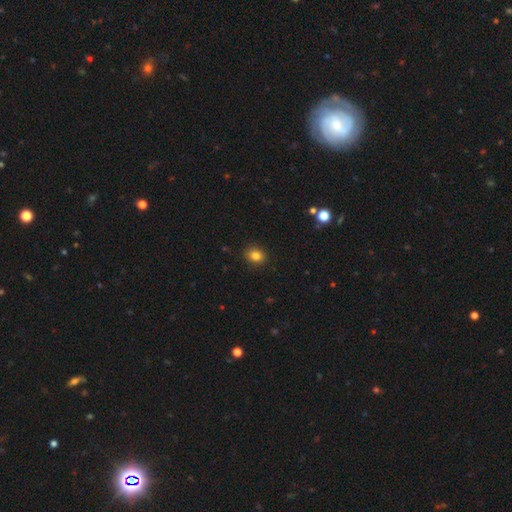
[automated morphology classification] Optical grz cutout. It shows a smooth galaxy with no disk features (83%) that is round (65%). Merging: none (90%).